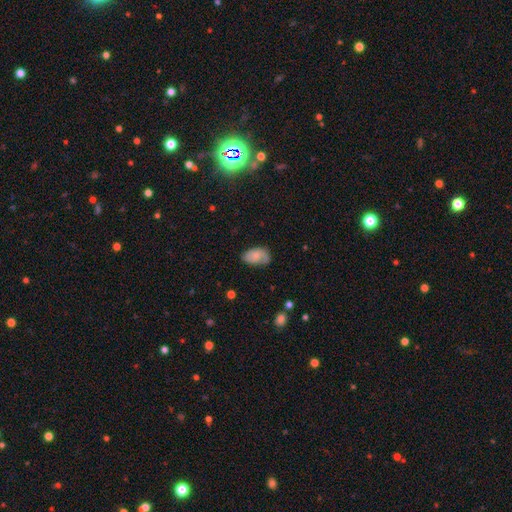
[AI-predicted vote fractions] smooth-or-featured: smooth: 53% | featured or disk: 39% | star or artifact: 8%
  how-rounded: in between: 89% | round: 10% | cigar-shaped: 1%
  merging: none: 58% | minor disturbance: 30% | major disturbance: 10% | merger: 2%